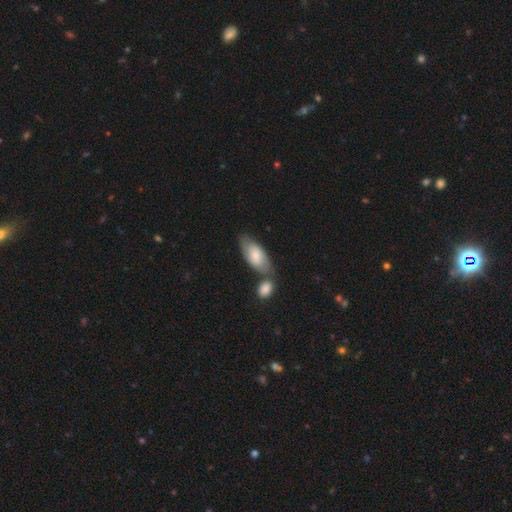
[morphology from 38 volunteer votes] smooth_or_featured: smooth (p=0.84) [alt: featured or disk p=0.16]
how_rounded: in between (p=0.97) [alt: cigar-shaped p=0.03]
merging: none (p=0.47) [alt: merger p=0.26]